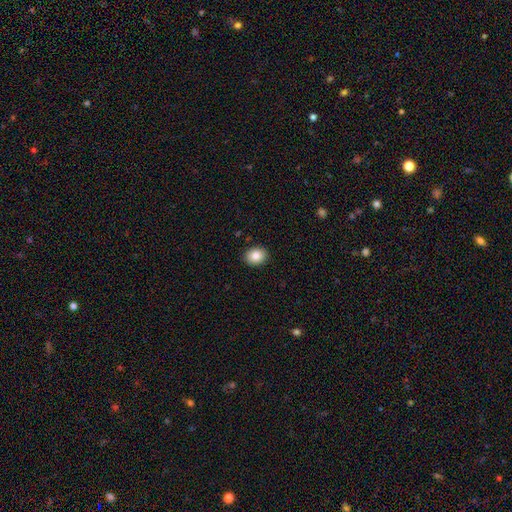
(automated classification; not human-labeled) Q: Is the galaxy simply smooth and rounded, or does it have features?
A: smooth — 86%.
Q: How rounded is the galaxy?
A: round — 51%.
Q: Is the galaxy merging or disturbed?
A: none — 91%.